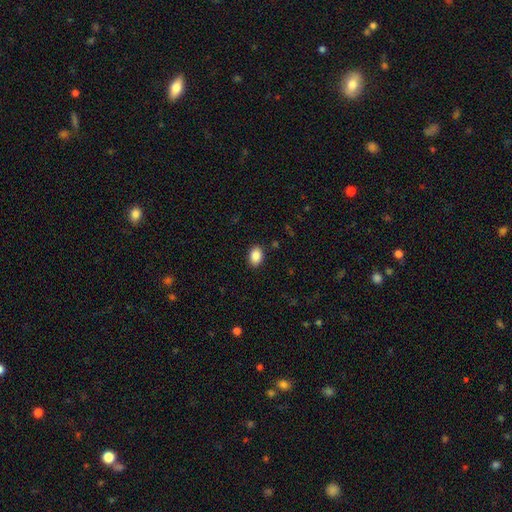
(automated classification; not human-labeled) Q: Smooth or featured?
A: smooth (88%); runner-up: star or artifact (8%)
Q: How rounded?
A: in between (82%); runner-up: round (16%)
Q: Merging?
A: none (89%); runner-up: minor disturbance (8%)